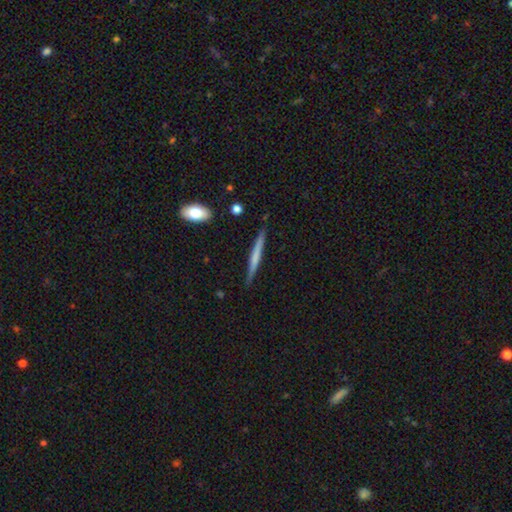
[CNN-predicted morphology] Smooth or featured?
  - smooth: 49% *
  - featured or disk: 46%
  - star or artifact: 5%
Merging?
  - none: 86% *
  - minor disturbance: 10%
  - major disturbance: 2%
  - merger: 2%